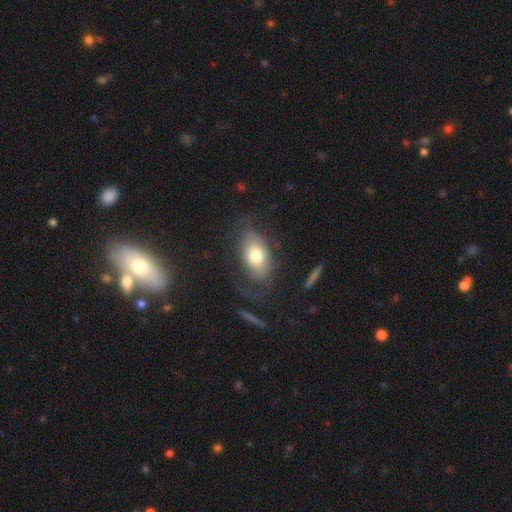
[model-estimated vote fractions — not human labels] A smooth galaxy with no disk features (64%) that is in between round and cigar-shaped (90%). Merging: none (61%).